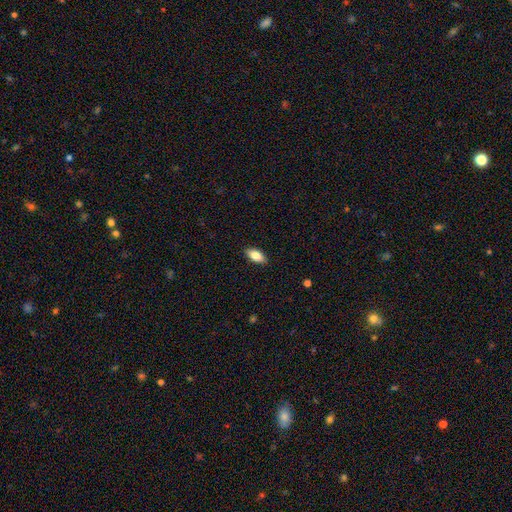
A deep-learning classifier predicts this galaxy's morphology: This appears to be a smooth galaxy with no disk features (82%) that is in between round and cigar-shaped (89%). Merging: none (89%).